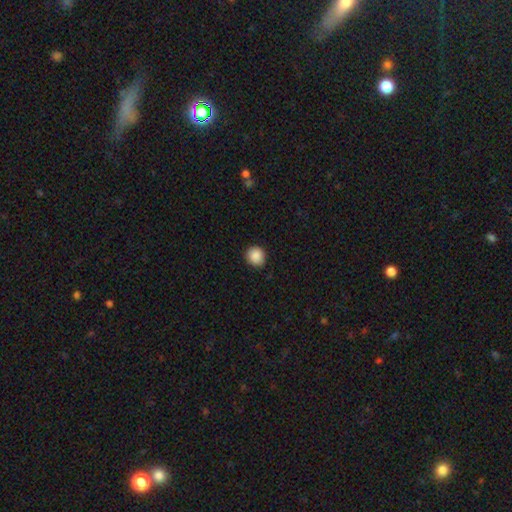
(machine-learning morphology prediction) Q: Smooth or featured?
A: smooth (88%); runner-up: star or artifact (9%)
Q: How rounded?
A: round (87%); runner-up: in between (12%)
Q: Merging?
A: none (88%); runner-up: minor disturbance (9%)